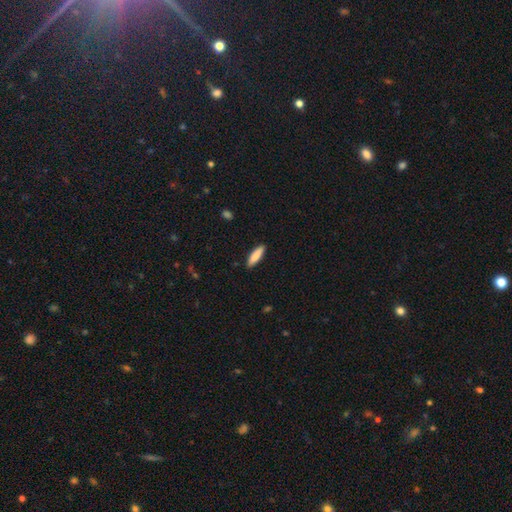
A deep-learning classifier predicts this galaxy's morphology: Smooth or featured? Predicted: smooth (p=0.85). How rounded? Predicted: cigar-shaped (p=0.65). Merging? Predicted: none (p=0.90).